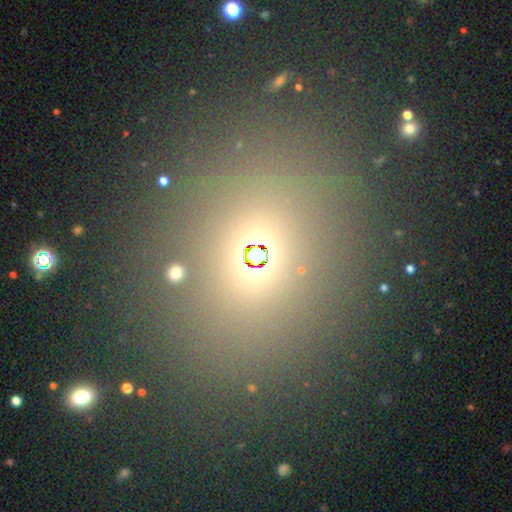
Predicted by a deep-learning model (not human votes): This is possibly a smooth galaxy (49%). Merging: likely none (79%).